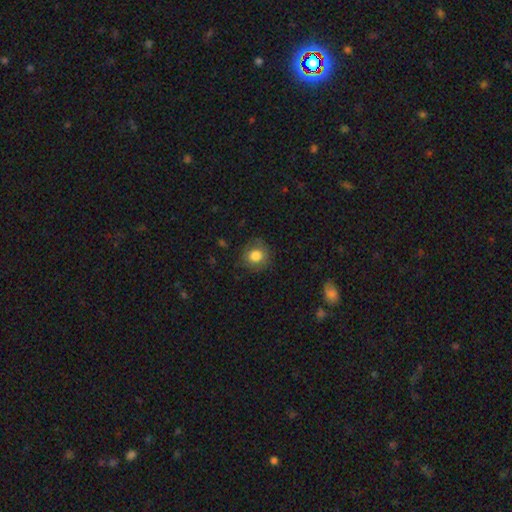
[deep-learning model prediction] smooth 81%, star or artifact 10%, featured or disk 9%. Down the decision tree: how rounded — round (87%); merging — none (81%).